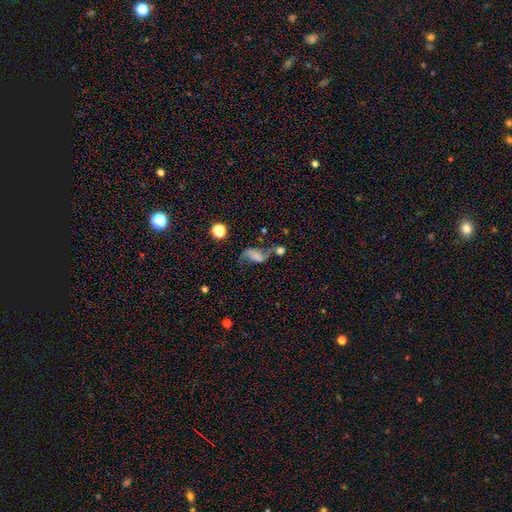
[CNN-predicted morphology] This appears to be a featured or disk galaxy (54%) with no bar (55%), spiral arms (80%) and no central bulge (60%). Merging: none (34%).